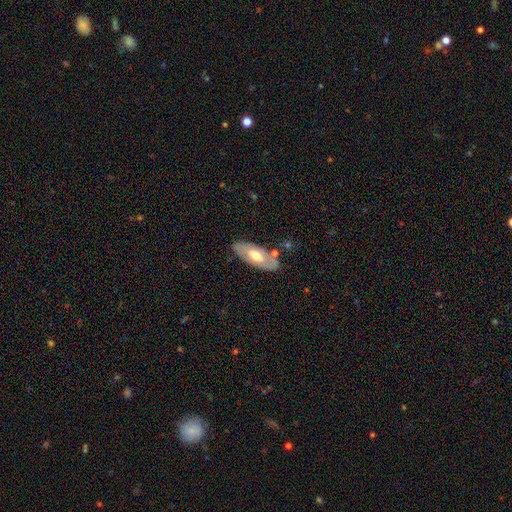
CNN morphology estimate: featured or disk 50%, smooth 45%, star or artifact 5%. Down the decision tree: merging — none (78%).